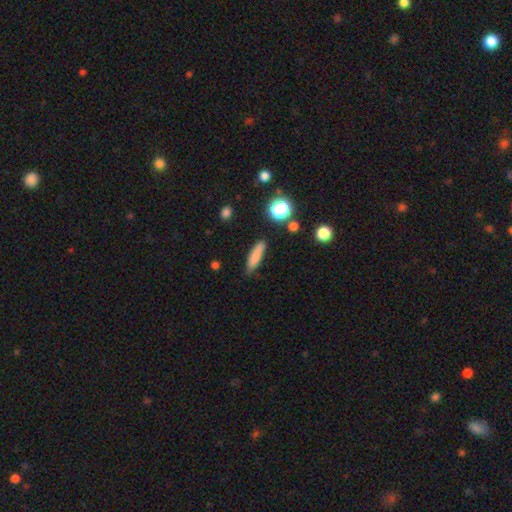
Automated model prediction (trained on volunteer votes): Q: Smooth or featured?
A: smooth (81%); runner-up: featured or disk (10%)
Q: How rounded?
A: cigar-shaped (68%); runner-up: in between (28%)
Q: Merging?
A: none (78%); runner-up: minor disturbance (16%)